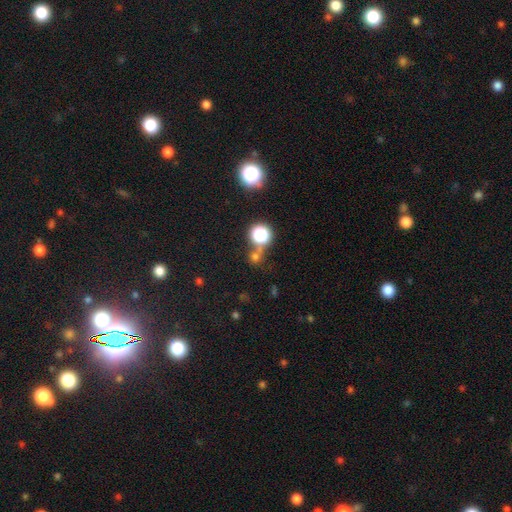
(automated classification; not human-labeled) Q: Smooth or featured?
A: smooth (52%); runner-up: star or artifact (41%)
Q: How rounded?
A: round (90%); runner-up: in between (8%)
Q: Merging?
A: none (67%); runner-up: merger (21%)